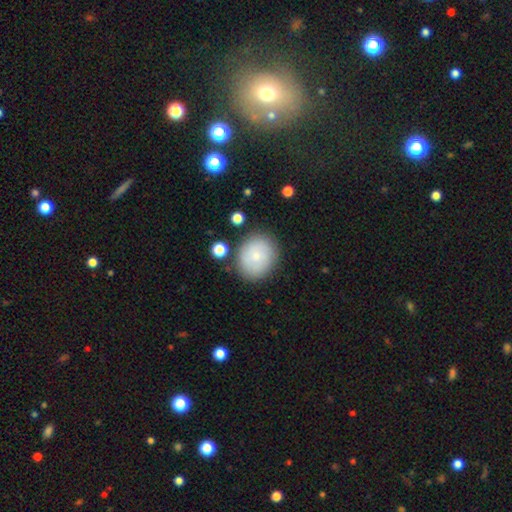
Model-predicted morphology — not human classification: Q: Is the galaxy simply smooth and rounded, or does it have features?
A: smooth — 73%.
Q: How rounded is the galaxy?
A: round — 68%.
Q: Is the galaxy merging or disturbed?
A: none — 79%.